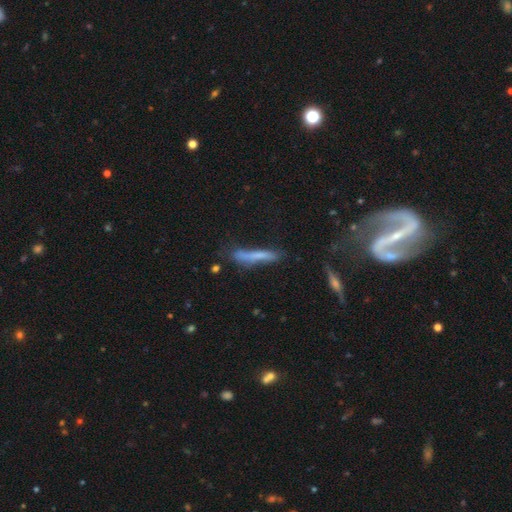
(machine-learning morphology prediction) A smooth galaxy with no disk features (59%) that is cigar-shaped (93%). Merging: none (64%).